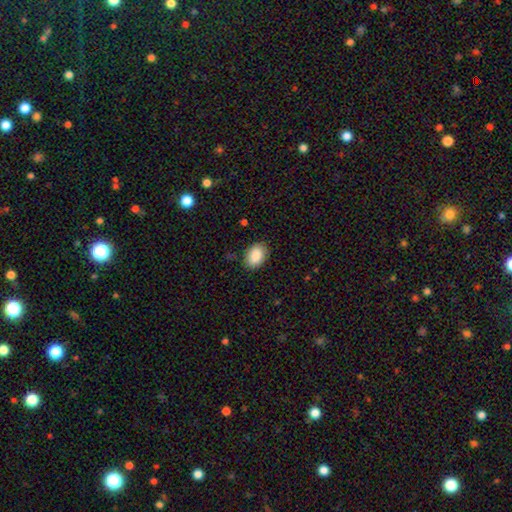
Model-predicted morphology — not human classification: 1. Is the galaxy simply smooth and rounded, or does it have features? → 88% smooth, 7% star or artifact, 5% featured or disk.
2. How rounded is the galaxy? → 82% in between, 17% round, 1% cigar-shaped.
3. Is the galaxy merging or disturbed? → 84% none, 12% minor disturbance, 3% major disturbance, 1% merger.